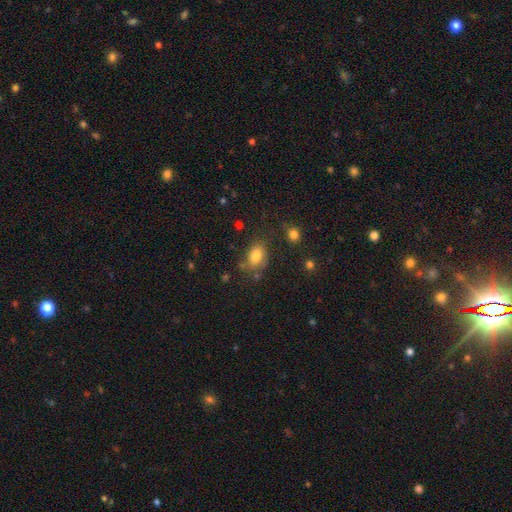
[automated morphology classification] Q: Smooth or featured?
A: smooth (78%); runner-up: featured or disk (12%)
Q: How rounded?
A: in between (81%); runner-up: round (17%)
Q: Merging?
A: none (63%); runner-up: minor disturbance (22%)